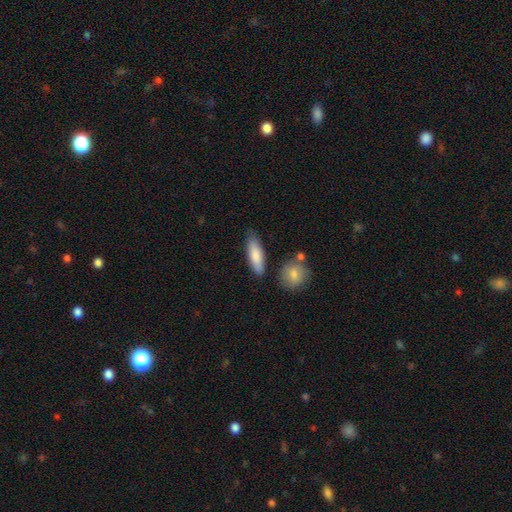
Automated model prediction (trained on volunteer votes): Smooth or featured?
  - smooth: 81% *
  - featured or disk: 13%
  - star or artifact: 5%
How rounded?
  - cigar-shaped: 52% *
  - in between: 46%
  - round: 2%
Merging?
  - none: 79% *
  - minor disturbance: 13%
  - merger: 5%
  - major disturbance: 3%